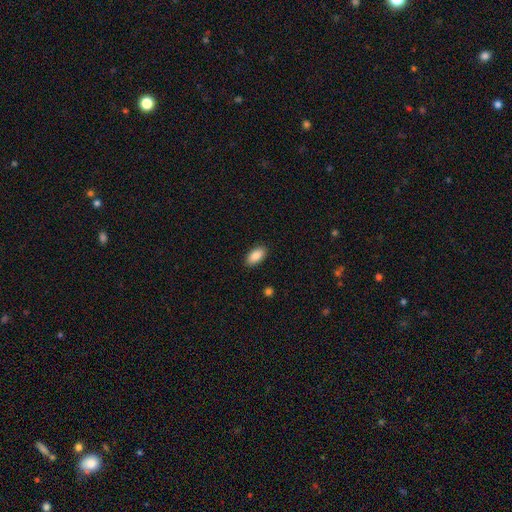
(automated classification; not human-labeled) The model was most divided on "merging": none: 89%, minor disturbance: 8%, major disturbance: 2%, merger: 1%. More confident: how rounded — in between (93%); smooth or featured — smooth (88%).